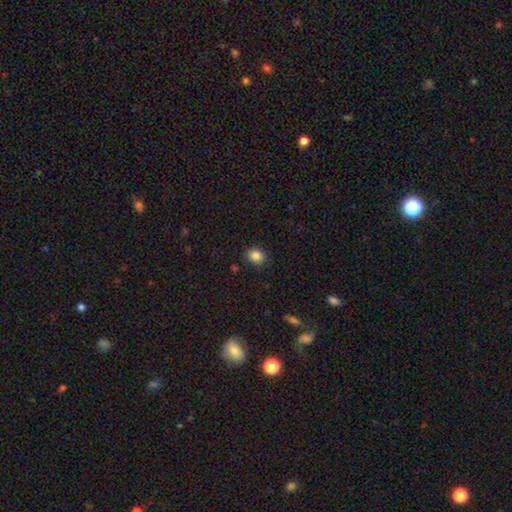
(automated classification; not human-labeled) Smooth or featured?
  - smooth: 86% *
  - star or artifact: 10%
  - featured or disk: 4%
How rounded?
  - round: 54% *
  - in between: 45%
  - cigar-shaped: 1%
Merging?
  - none: 87% *
  - minor disturbance: 9%
  - major disturbance: 3%
  - merger: 1%